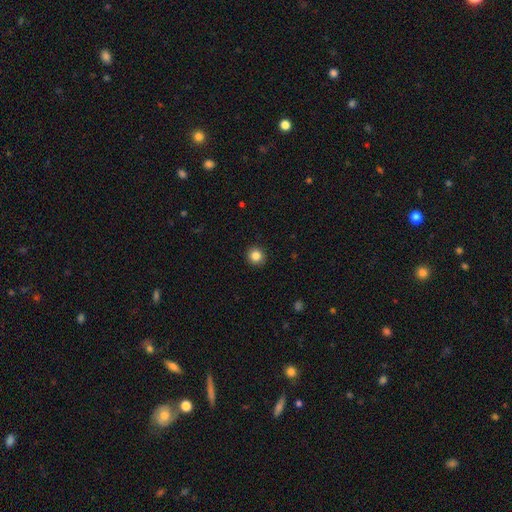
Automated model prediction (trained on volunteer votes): Smooth or featured: smooth — 85% (star or artifact — 11%)
How rounded: round — 91% (in between — 8%)
Merging: none — 92% (minor disturbance — 5%)